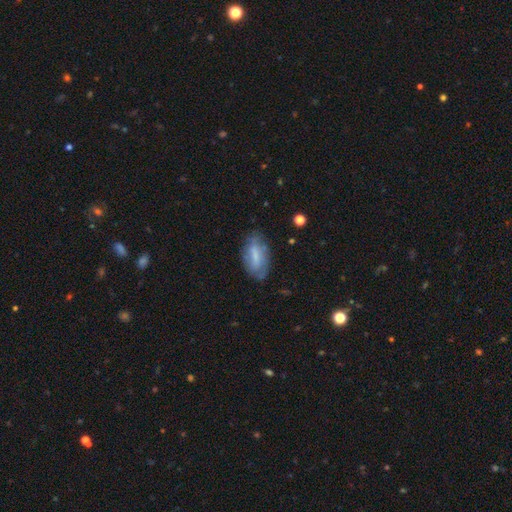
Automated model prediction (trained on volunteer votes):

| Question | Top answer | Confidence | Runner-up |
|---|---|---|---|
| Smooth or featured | smooth | 59% | featured or disk (34%) |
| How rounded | in between | 86% | cigar-shaped (11%) |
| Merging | none | 69% | minor disturbance (22%) |